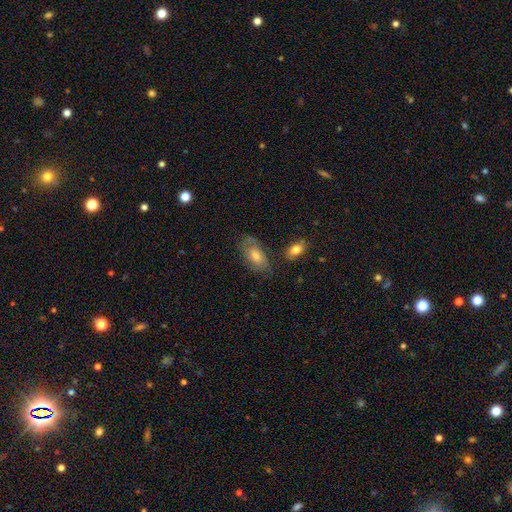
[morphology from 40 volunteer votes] Q: Smooth or featured?
A: smooth (52%); runner-up: featured or disk (35%)
Q: How rounded?
A: in between (90%); runner-up: round (5%)
Q: Merging?
A: none (51%); runner-up: minor disturbance (29%)